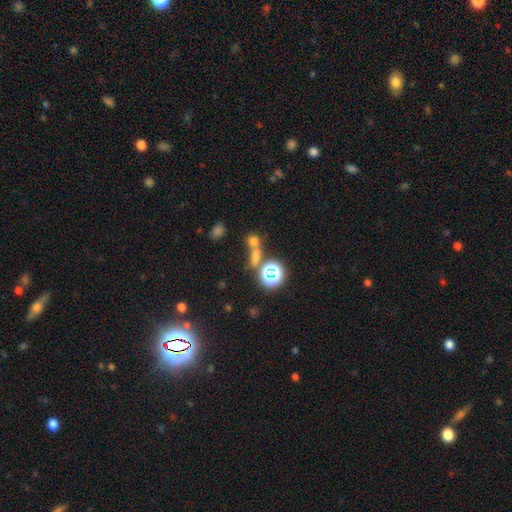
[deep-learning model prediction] Smooth or featured? Predicted: smooth (p=0.53). How rounded? Predicted: round (p=0.54). Merging? Predicted: none (p=0.43).